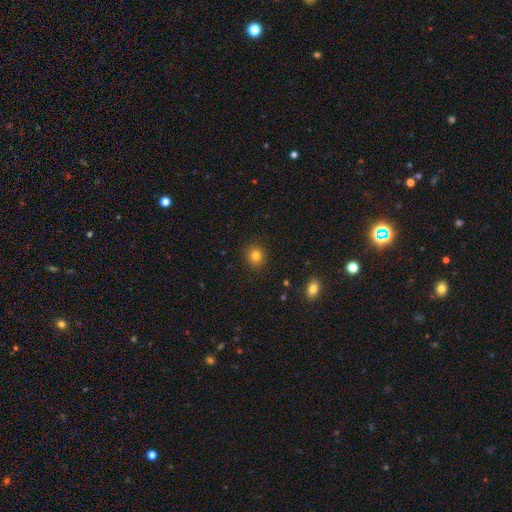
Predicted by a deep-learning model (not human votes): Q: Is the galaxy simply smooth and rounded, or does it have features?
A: smooth — 80%.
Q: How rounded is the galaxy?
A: round — 85%.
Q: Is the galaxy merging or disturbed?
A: none — 90%.